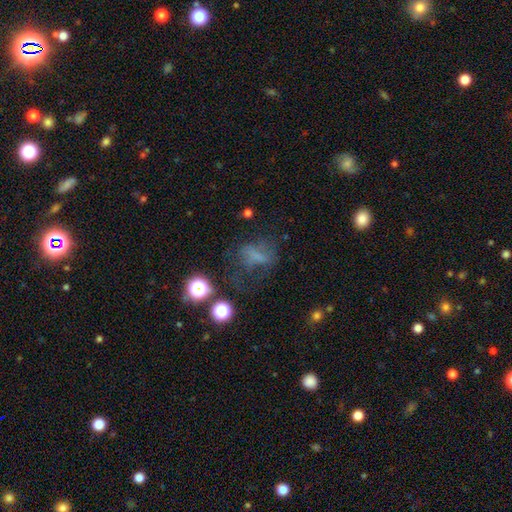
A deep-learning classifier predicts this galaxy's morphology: Overall: smooth (42%; featured or disk 29%). Merging: none (43%; major disturbance 31%).